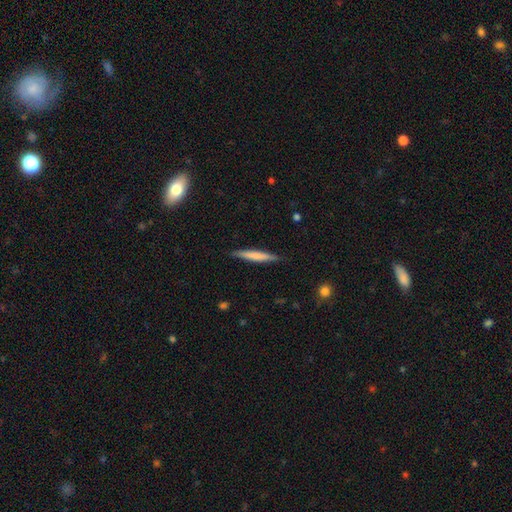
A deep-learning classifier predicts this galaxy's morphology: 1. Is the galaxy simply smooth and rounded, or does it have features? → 65% smooth, 29% featured or disk, 5% star or artifact.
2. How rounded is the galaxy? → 94% cigar-shaped, 5% in between, 1% round.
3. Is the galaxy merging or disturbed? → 88% none, 10% minor disturbance, 2% major disturbance, 1% merger.